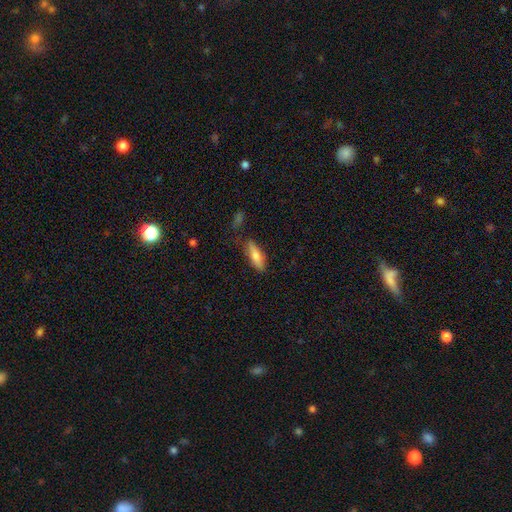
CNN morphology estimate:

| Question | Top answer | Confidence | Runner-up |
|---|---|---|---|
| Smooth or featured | smooth | 67% | featured or disk (26%) |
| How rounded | cigar-shaped | 57% | in between (41%) |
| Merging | none | 76% | minor disturbance (17%) |